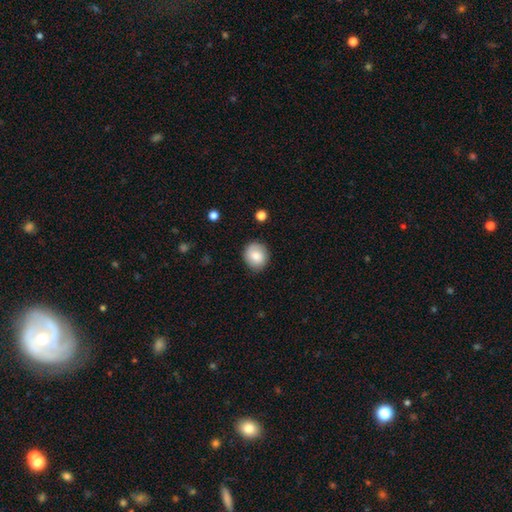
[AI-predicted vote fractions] Smooth or featured? smooth (79%)
How rounded? round (79%)
Merging? none (85%)